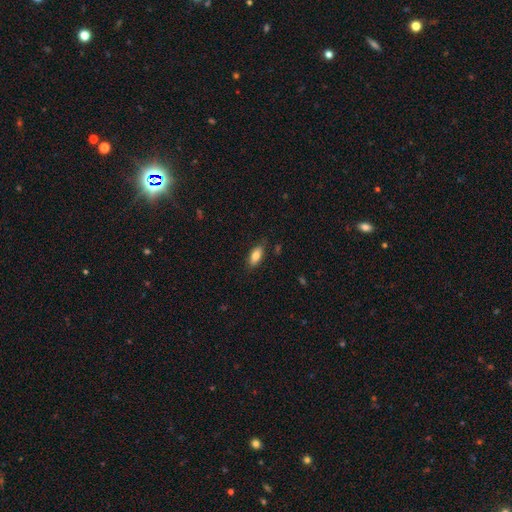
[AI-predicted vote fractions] Q: Smooth or featured?
A: smooth (80%); runner-up: featured or disk (13%)
Q: How rounded?
A: in between (85%); runner-up: cigar-shaped (12%)
Q: Merging?
A: none (80%); runner-up: minor disturbance (16%)